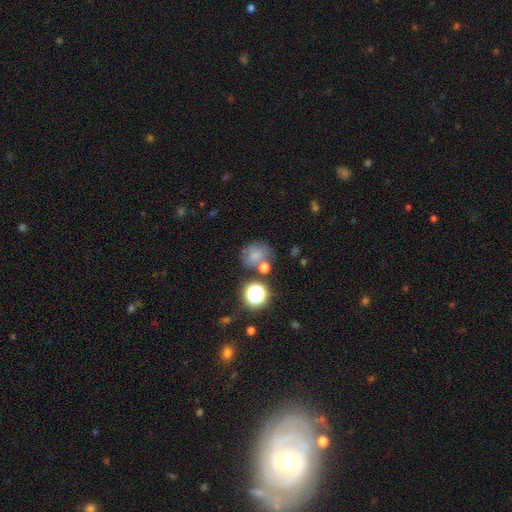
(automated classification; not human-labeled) Smooth or featured: smooth — 70% (star or artifact — 18%)
How rounded: round — 74% (in between — 25%)
Merging: none — 58% (merger — 19%)